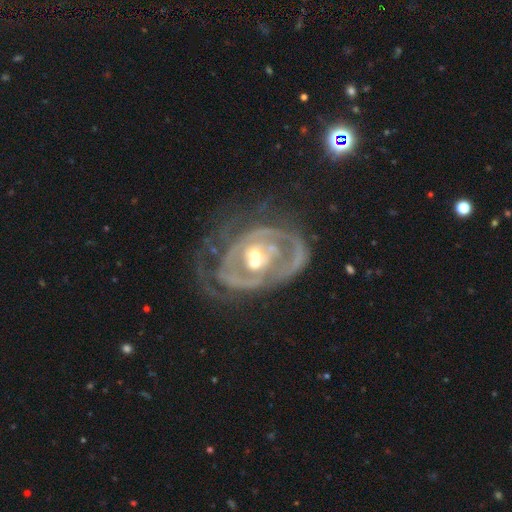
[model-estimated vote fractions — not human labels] Overall: featured or disk (85%). Edge-on disk: no (97%). Bar: no (59%; weak 28%). Spiral arms: yes (73%). Spiral arm count: can't tell (39%; 2 31%). Spiral winding: tight (58%; medium 30%). Bulge size: small (52%; moderate 42%). Merging: none (39%; major disturbance 28%).